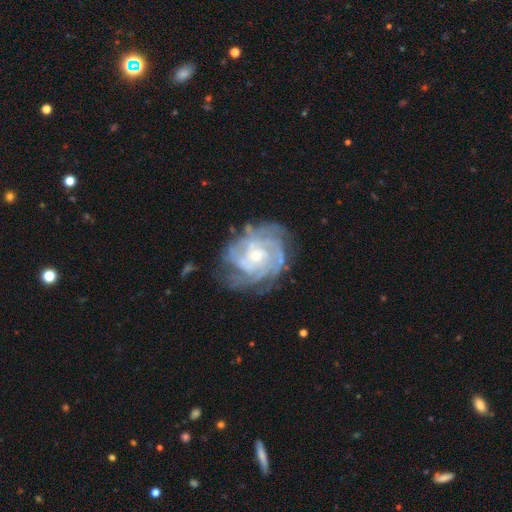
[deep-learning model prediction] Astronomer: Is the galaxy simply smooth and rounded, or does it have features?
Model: featured or disk — 87%.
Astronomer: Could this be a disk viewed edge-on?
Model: no — 97%.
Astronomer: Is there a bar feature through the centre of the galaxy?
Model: no — 69%.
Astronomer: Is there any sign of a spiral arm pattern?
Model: yes — 95%.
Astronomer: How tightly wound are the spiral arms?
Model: tight — 69%.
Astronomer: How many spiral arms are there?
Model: can't tell — 34% (runner-up: 4, 23%).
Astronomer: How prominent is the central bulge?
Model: small — 62%.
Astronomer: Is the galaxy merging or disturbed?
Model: none — 68%.